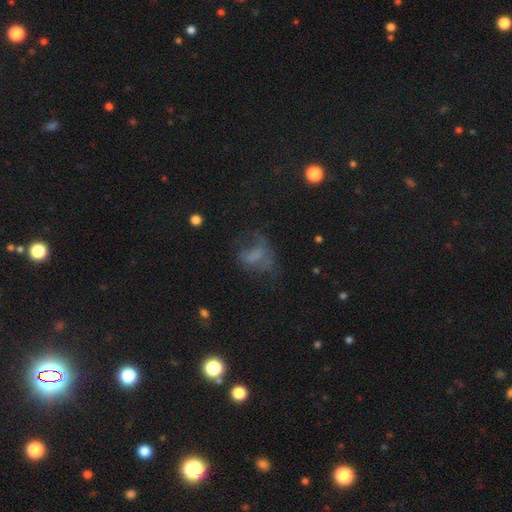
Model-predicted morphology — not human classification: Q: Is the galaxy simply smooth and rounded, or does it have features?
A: smooth — 46%.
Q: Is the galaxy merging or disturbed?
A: major disturbance — 41%.